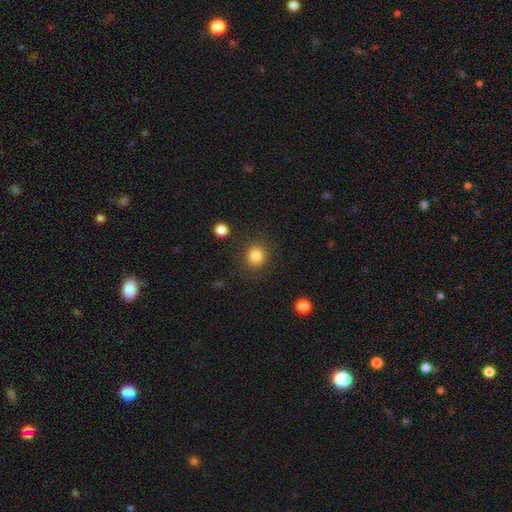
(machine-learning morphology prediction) Smooth or featured? smooth (85%)
How rounded? round (86%)
Merging? none (86%)